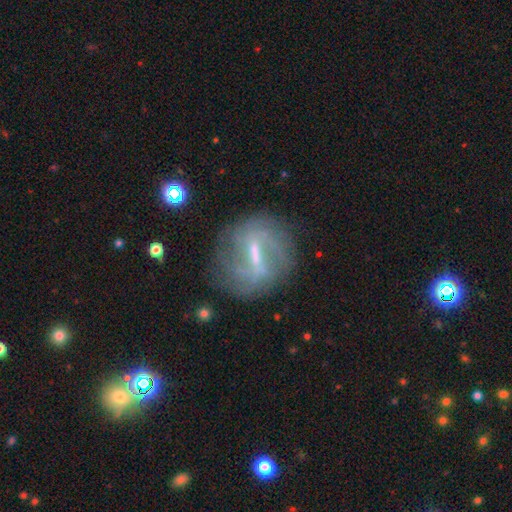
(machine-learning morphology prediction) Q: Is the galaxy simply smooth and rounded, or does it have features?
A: featured or disk — 75%.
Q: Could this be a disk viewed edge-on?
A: no — 90%.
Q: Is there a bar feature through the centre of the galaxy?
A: strong — 53%.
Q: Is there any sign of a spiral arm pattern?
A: yes — 70%.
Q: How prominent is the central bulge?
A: small — 50%.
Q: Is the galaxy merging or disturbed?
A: none — 72%.